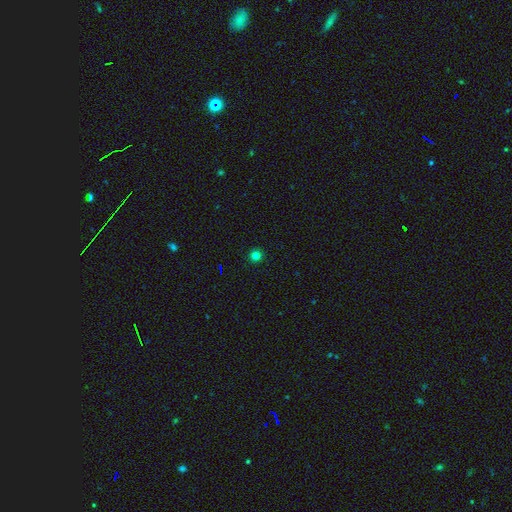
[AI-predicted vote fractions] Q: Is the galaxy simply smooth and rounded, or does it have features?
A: smooth — 79%.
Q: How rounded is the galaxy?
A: round — 95%.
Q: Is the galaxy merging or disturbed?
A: none — 93%.